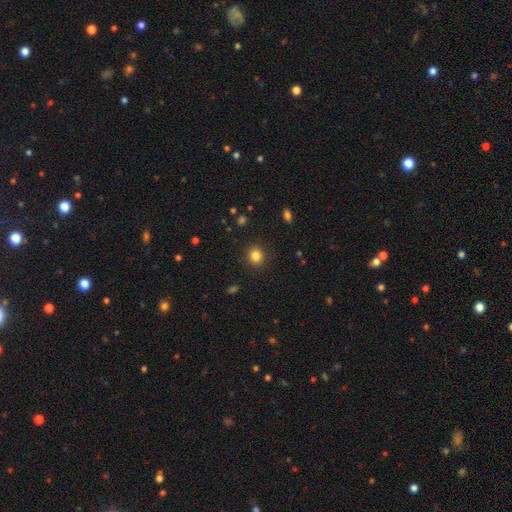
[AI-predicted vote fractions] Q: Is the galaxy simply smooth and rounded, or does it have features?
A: smooth — 84%.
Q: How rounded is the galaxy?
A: round — 87%.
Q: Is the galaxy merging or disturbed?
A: none — 90%.